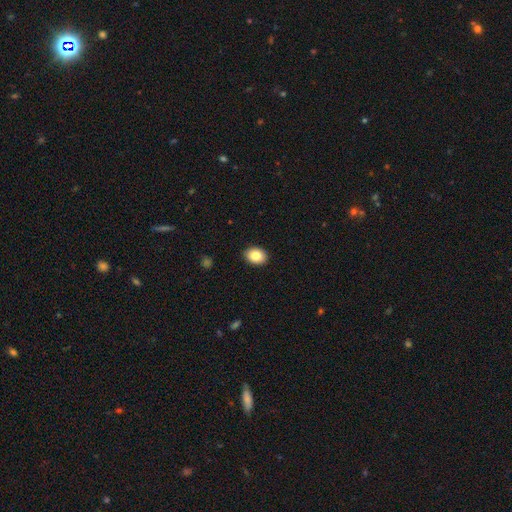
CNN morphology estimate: A smooth galaxy with no disk features (84%) that is in between round and cigar-shaped (68%).

Vote fractions:
- Smooth or featured? smooth: 84% / star or artifact: 8% / featured or disk: 8%
- How rounded? in between: 68% / round: 31% / cigar-shaped: 1%
- Merging? none: 90% / minor disturbance: 7% / major disturbance: 2% / merger: 1%